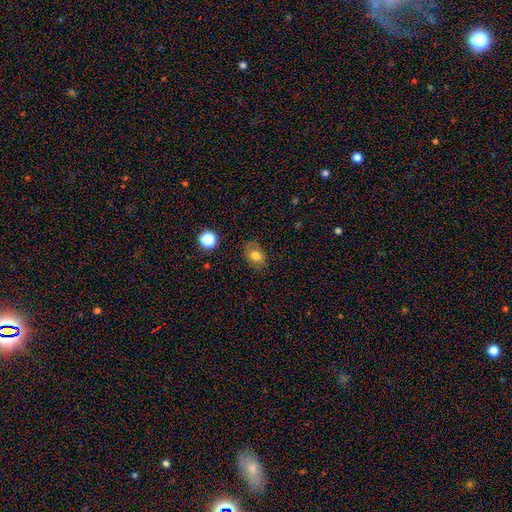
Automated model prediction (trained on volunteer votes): A smooth galaxy with no disk features (77%) that is in between round and cigar-shaped (71%).

Vote fractions:
- Smooth or featured? smooth: 77% / featured or disk: 12% / star or artifact: 11%
- How rounded? in between: 71% / round: 28% / cigar-shaped: 1%
- Merging? none: 75% / minor disturbance: 18% / major disturbance: 5% / merger: 2%